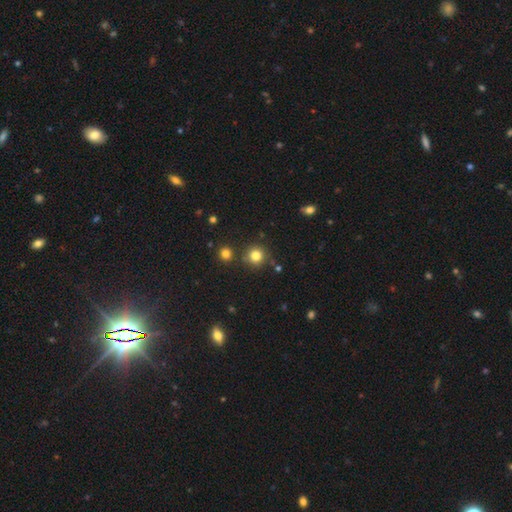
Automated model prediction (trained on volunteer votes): Overall: smooth (81%). How rounded: round (93%). Merging: none (82%).